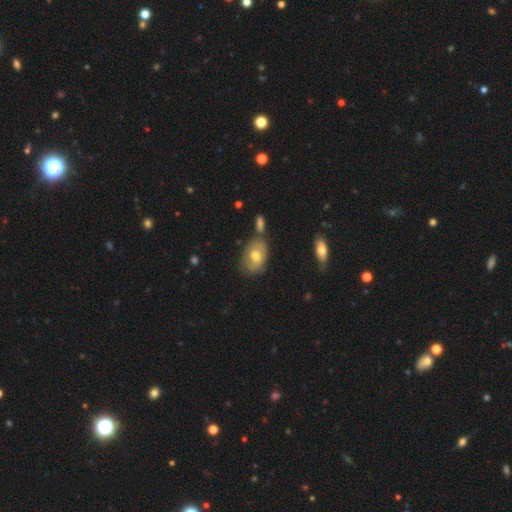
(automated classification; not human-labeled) smooth_or_featured: smooth (p=0.56) [alt: featured or disk p=0.35]
how_rounded: in between (p=0.80) [alt: round p=0.19]
merging: none (p=0.60) [alt: minor disturbance p=0.22]